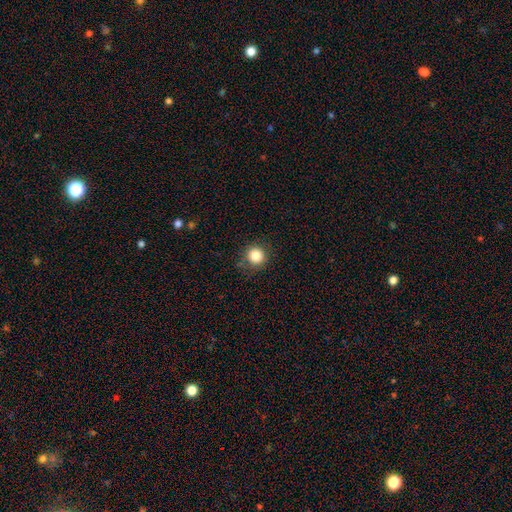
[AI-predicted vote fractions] Morphology: type=smooth (85%); roundness=round (94%); merging=none (85%).